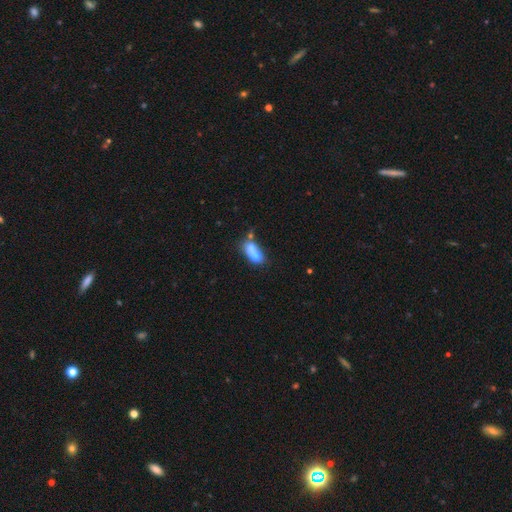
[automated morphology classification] The model was most divided on "merging": merger: 47%, none: 25%, minor disturbance: 15%, major disturbance: 13%. More confident: how rounded — in between (71%); smooth or featured — smooth (64%).